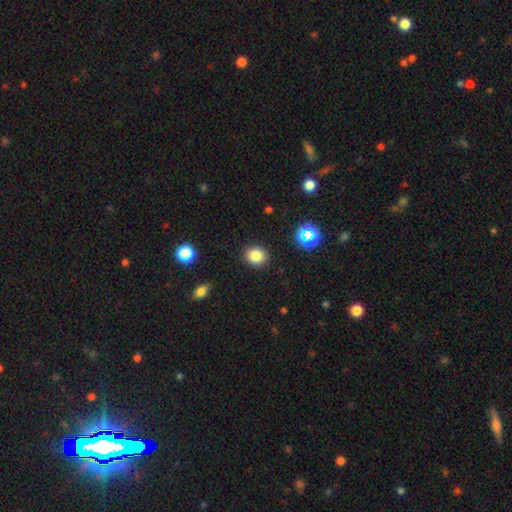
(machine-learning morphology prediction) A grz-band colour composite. It shows a smooth galaxy with no disk features (82%) that is round (80%). Merging: none (90%).